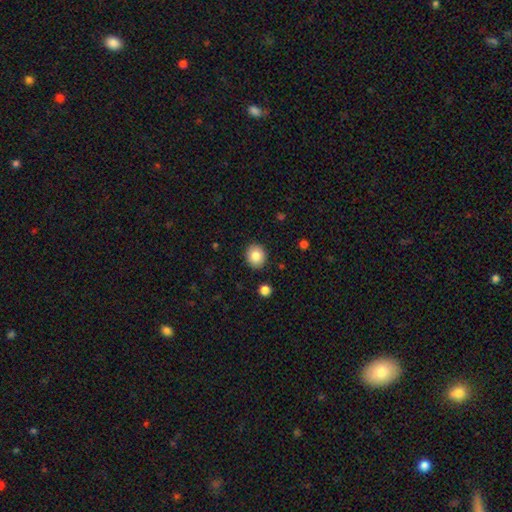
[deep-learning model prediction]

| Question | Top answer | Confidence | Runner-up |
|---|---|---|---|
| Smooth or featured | smooth | 84% | star or artifact (9%) |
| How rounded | round | 79% | in between (20%) |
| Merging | none | 90% | minor disturbance (6%) |